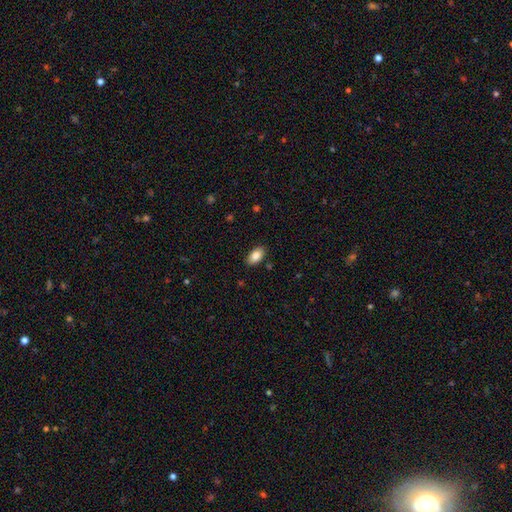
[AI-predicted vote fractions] Smooth or featured? Predicted: smooth (p=0.86). How rounded? Predicted: in between (p=0.93). Merging? Predicted: none (p=0.87).